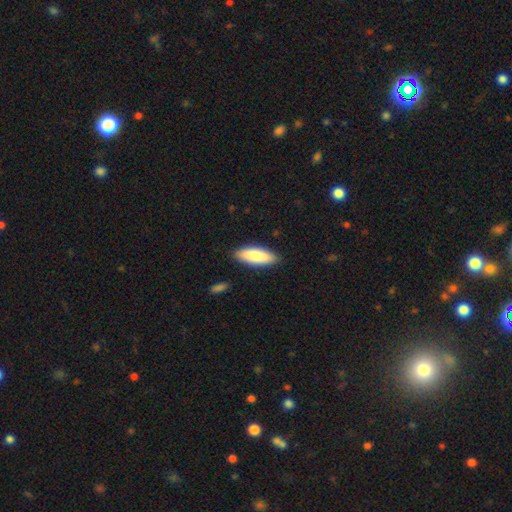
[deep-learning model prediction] A smooth galaxy with no disk features (84%) that is in between round and cigar-shaped (60%). Merging: none (87%).